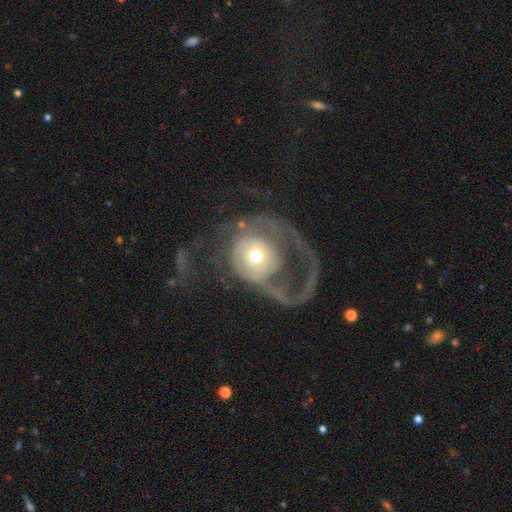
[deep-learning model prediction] This is likely a featured or disk galaxy (63%). It is clearly not viewed edge-on (96%). Bar: clearly no (82%). Spiral arm pattern: possibly yes (56%). Central bulge: possibly moderate (56%). Merging: likely major disturbance (66%).